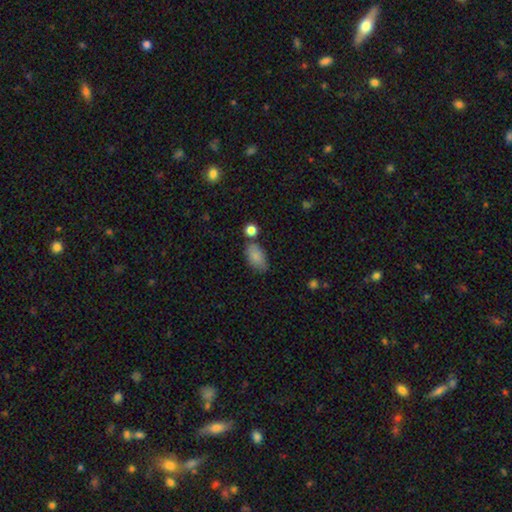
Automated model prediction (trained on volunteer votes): A smooth galaxy with no disk features (85%) that is in between round and cigar-shaped (90%).

Vote fractions:
- Smooth or featured? smooth: 85% / star or artifact: 8% / featured or disk: 7%
- How rounded? in between: 90% / round: 7% / cigar-shaped: 2%
- Merging? none: 64% / minor disturbance: 22% / merger: 9% / major disturbance: 5%